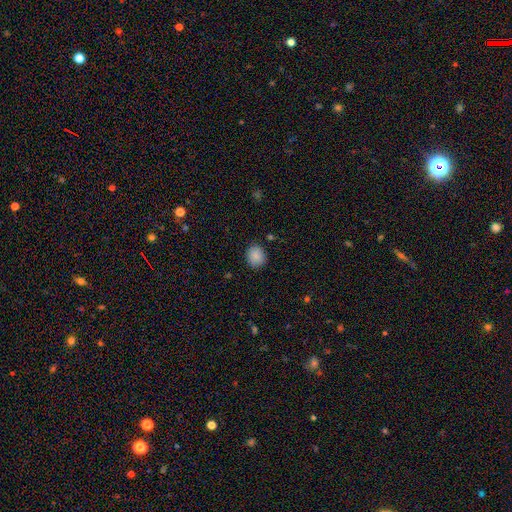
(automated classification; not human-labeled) smooth-or-featured: smooth: 88% | star or artifact: 8% | featured or disk: 4%
  how-rounded: round: 68% | in between: 31% | cigar-shaped: 1%
  merging: none: 85% | minor disturbance: 11% | major disturbance: 3% | merger: 1%